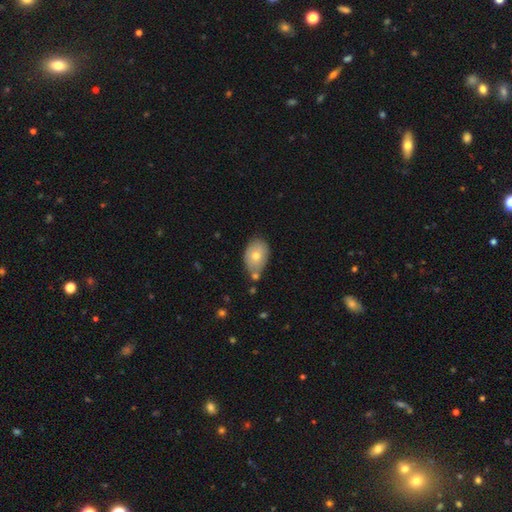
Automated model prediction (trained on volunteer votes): A smooth galaxy with no disk features (70%) that is in between round and cigar-shaped (83%).

Vote fractions:
- Smooth or featured? smooth: 70% / featured or disk: 22% / star or artifact: 8%
- How rounded? in between: 83% / round: 16% / cigar-shaped: 1%
- Merging? none: 60% / minor disturbance: 23% / merger: 13% / major disturbance: 4%